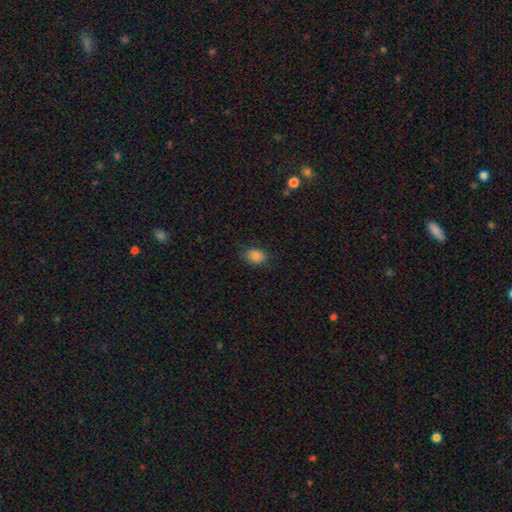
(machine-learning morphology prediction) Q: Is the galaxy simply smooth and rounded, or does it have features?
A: smooth — 86%.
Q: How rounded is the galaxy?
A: in between — 79%.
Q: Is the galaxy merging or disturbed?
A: none — 80%.